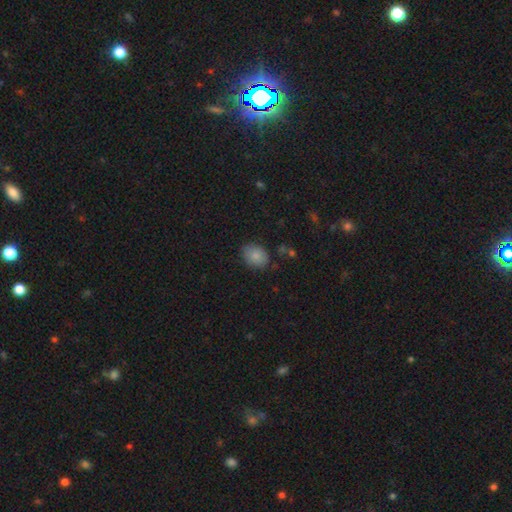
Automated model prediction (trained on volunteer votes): Smooth or featured: smooth — 84% (star or artifact — 9%)
How rounded: in between — 63% (round — 36%)
Merging: none — 79% (minor disturbance — 16%)